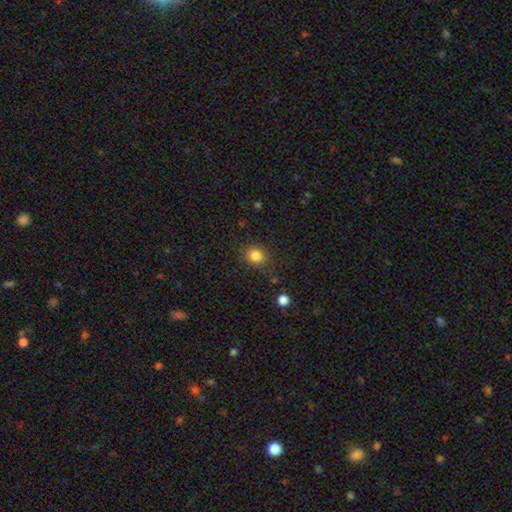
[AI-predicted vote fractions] A smooth galaxy with no disk features (84%) that is round (80%).

Vote fractions:
- Smooth or featured? smooth: 84% / star or artifact: 12% / featured or disk: 5%
- How rounded? round: 80% / in between: 20% / cigar-shaped: 1%
- Merging? none: 83% / minor disturbance: 11% / major disturbance: 4% / merger: 2%